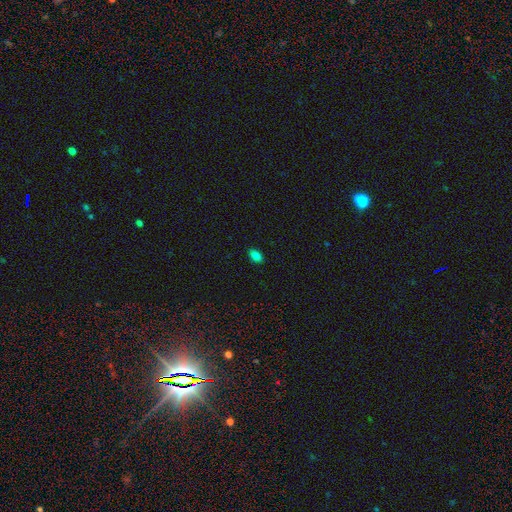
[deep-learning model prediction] Q: Smooth or featured?
A: smooth (83%); runner-up: star or artifact (12%)
Q: How rounded?
A: in between (89%); runner-up: round (8%)
Q: Merging?
A: none (88%); runner-up: minor disturbance (9%)